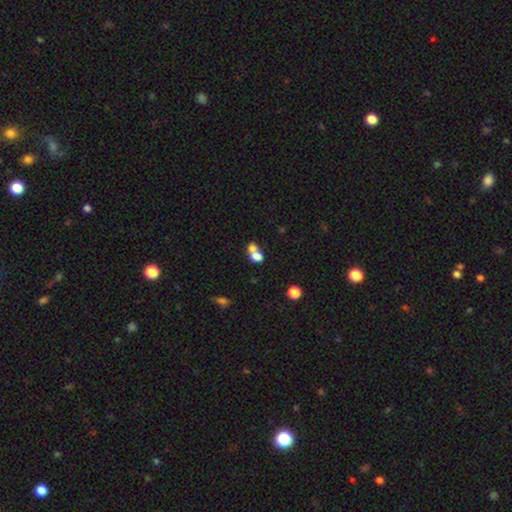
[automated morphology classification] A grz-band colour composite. It shows a smooth galaxy with no disk features (73%) that is round (53%). Merging: merger (63%).